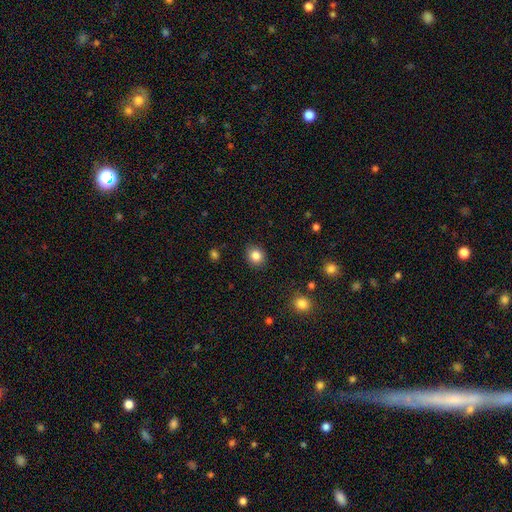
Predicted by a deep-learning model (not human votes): Smooth or featured?
  - smooth: 84% *
  - star or artifact: 11%
  - featured or disk: 5%
How rounded?
  - round: 74% *
  - in between: 25%
  - cigar-shaped: 1%
Merging?
  - none: 89% *
  - minor disturbance: 7%
  - major disturbance: 2%
  - merger: 1%